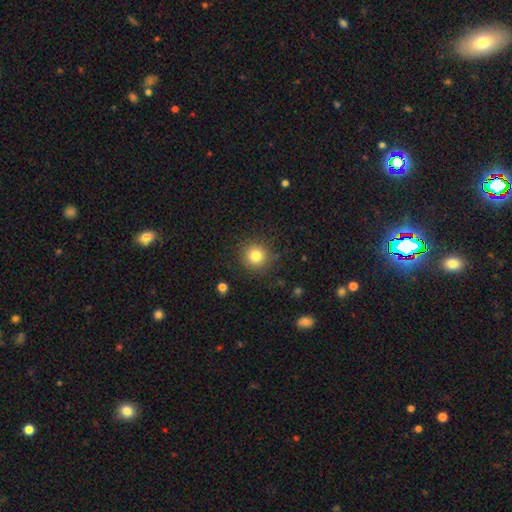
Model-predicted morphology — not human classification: Smooth or featured?
  - smooth: 81% *
  - star or artifact: 12%
  - featured or disk: 7%
How rounded?
  - round: 93% *
  - in between: 6%
  - cigar-shaped: 1%
Merging?
  - none: 87% *
  - minor disturbance: 8%
  - major disturbance: 3%
  - merger: 1%